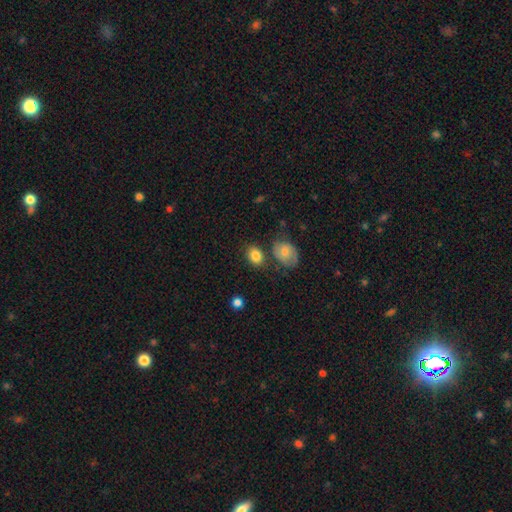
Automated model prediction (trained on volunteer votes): Smooth or featured? Predicted: smooth (p=0.83). How rounded? Predicted: in between (p=0.65). Merging? Predicted: none (p=0.71).